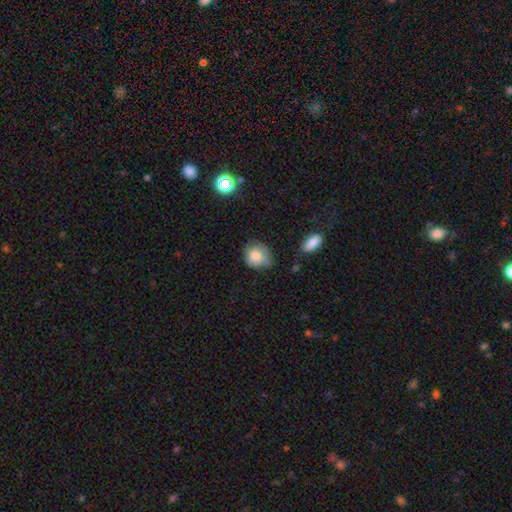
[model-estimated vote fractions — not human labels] smooth-or-featured: smooth: 76% | featured or disk: 16% | star or artifact: 9%
  how-rounded: round: 74% | in between: 25% | cigar-shaped: 1%
  merging: none: 53% | minor disturbance: 35% | major disturbance: 9% | merger: 3%